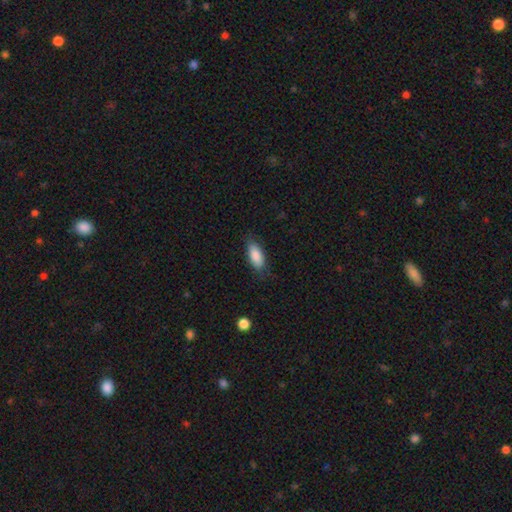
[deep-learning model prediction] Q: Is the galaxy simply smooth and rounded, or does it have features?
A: smooth — 86%.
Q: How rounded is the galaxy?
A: in between — 83%.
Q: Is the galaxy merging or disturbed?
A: none — 77%.